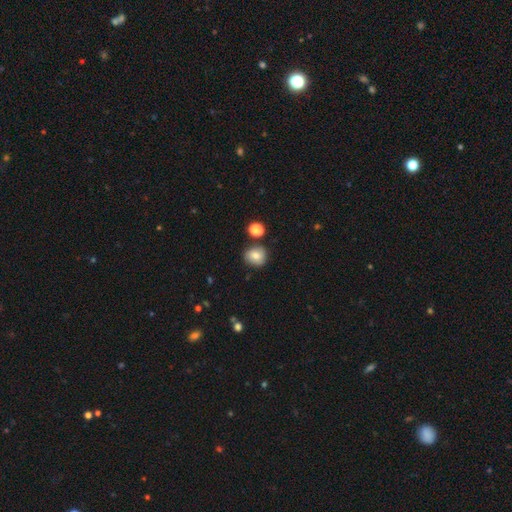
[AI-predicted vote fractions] Q: Smooth or featured?
A: smooth (77%); runner-up: featured or disk (12%)
Q: How rounded?
A: round (80%); runner-up: in between (19%)
Q: Merging?
A: none (77%); runner-up: minor disturbance (12%)